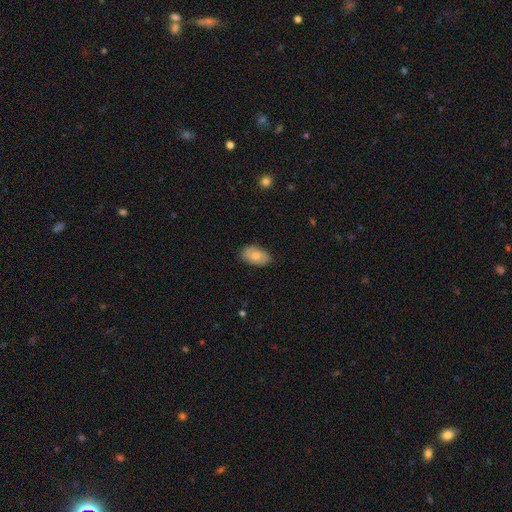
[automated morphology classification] Smooth or featured? smooth (71%)
How rounded? in between (93%)
Merging? none (81%)